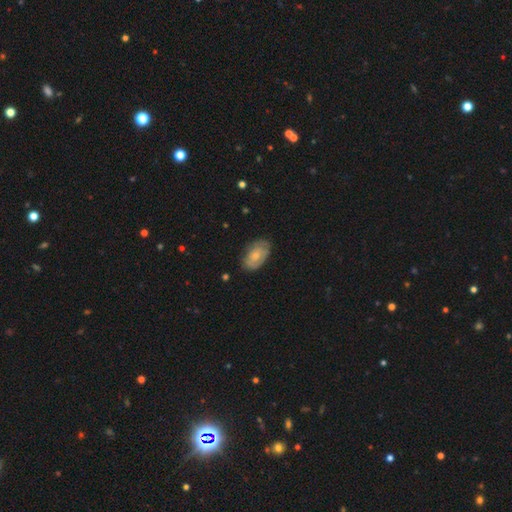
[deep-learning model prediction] The model was most divided on "smooth or featured": smooth: 64%, featured or disk: 30%, star or artifact: 6%. More confident: how rounded — in between (92%); merging — none (71%).